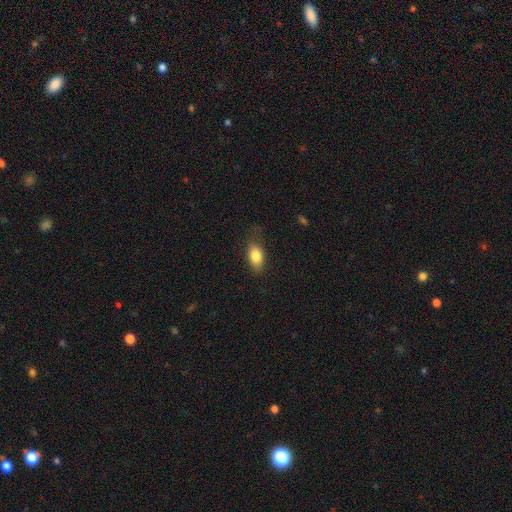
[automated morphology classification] A smooth galaxy with no disk features (81%) that is in between round and cigar-shaped (86%). Merging: none (71%).